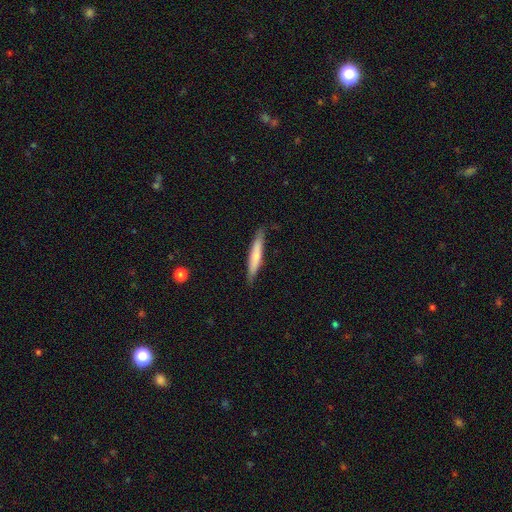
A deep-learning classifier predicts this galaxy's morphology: Smooth or featured: smooth — 63% (featured or disk — 31%)
How rounded: cigar-shaped — 92% (in between — 6%)
Merging: none — 85% (minor disturbance — 12%)